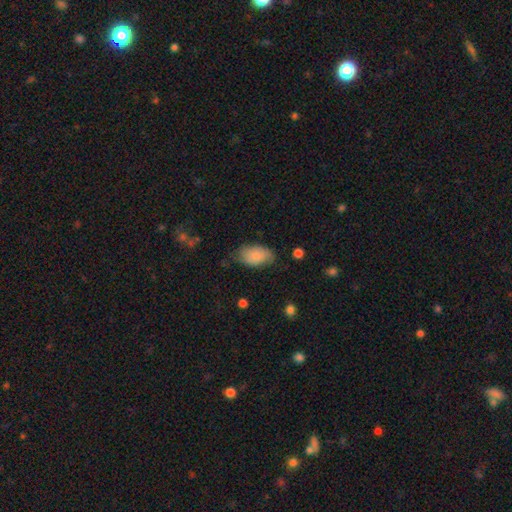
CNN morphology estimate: Q: Smooth or featured?
A: smooth (82%); runner-up: featured or disk (12%)
Q: How rounded?
A: in between (94%); runner-up: round (5%)
Q: Merging?
A: none (63%); runner-up: minor disturbance (28%)